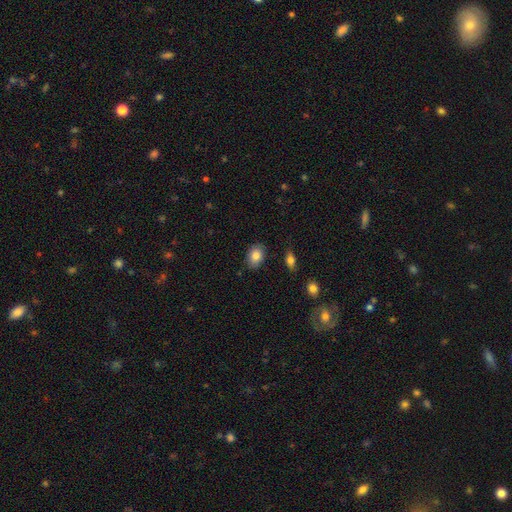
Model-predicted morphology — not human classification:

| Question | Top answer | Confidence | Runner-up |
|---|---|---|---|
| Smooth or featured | smooth | 84% | featured or disk (8%) |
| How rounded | in between | 80% | round (18%) |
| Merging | none | 85% | minor disturbance (11%) |